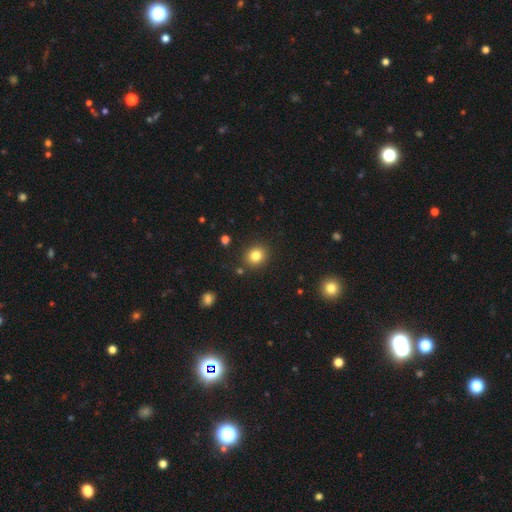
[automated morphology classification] This is clearly a smooth galaxy (82%). How rounded: clearly round (83%). Merging: clearly none (88%).